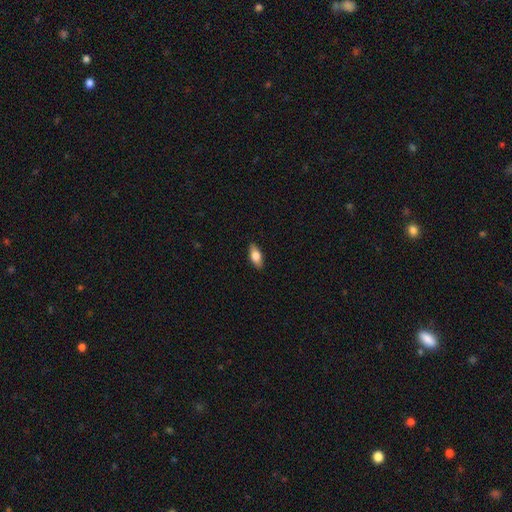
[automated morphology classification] type=smooth (75%); roundness=in between (84%); merging=none (89%).